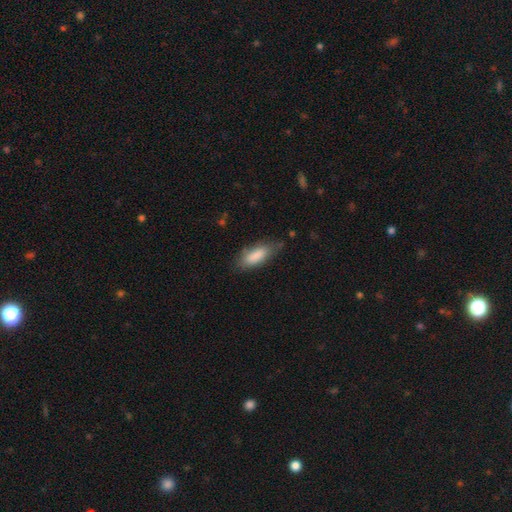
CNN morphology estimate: Smooth or featured? smooth (85%)
How rounded? in between (76%)
Merging? none (65%)